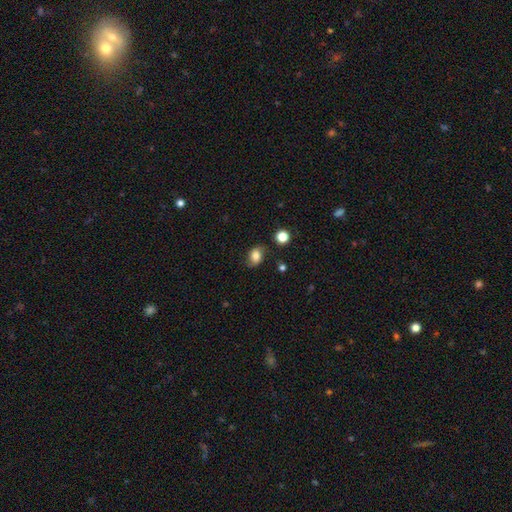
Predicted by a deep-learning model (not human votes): A smooth galaxy with no disk features (78%) that is in between round and cigar-shaped (65%). Merging: none (71%).